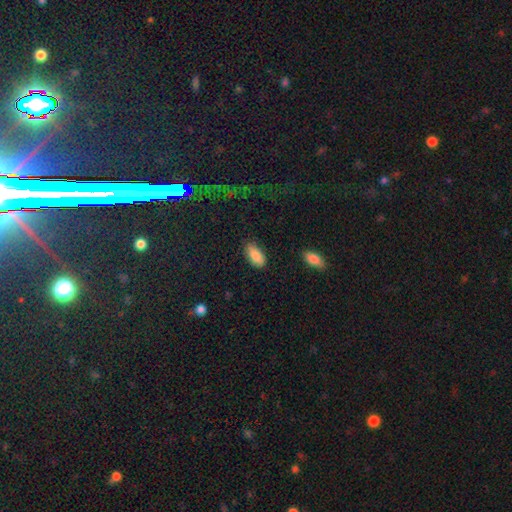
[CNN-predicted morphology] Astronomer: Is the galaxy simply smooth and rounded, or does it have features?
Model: smooth — 88%.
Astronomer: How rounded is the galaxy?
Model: in between — 88%.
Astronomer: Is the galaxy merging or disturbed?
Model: none — 83%.